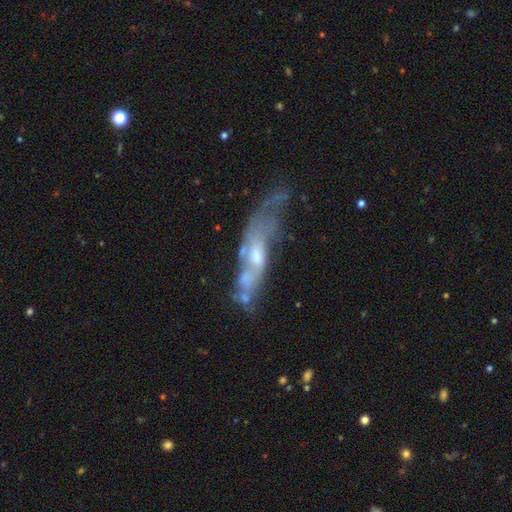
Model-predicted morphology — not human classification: type=featured or disk (68%); edge-on=no (67%); merging=none (37%).